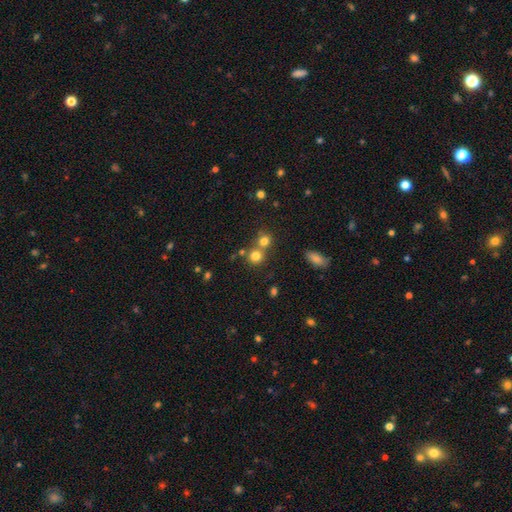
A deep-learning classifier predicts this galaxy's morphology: A smooth galaxy with no disk features (76%) that is round (89%). Merging: none (56%).